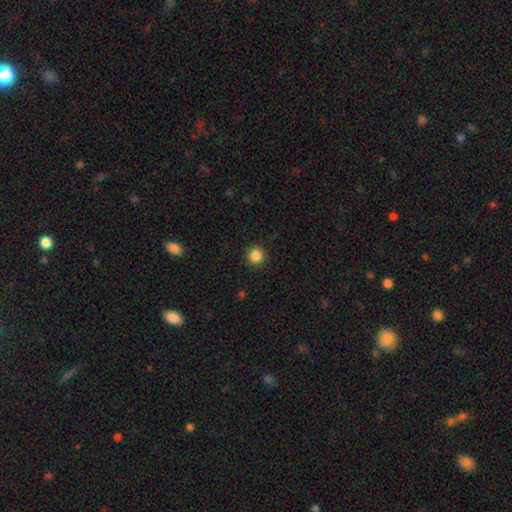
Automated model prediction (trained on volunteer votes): Smooth or featured? Predicted: smooth (p=0.86). How rounded? Predicted: round (p=0.94). Merging? Predicted: none (p=0.91).